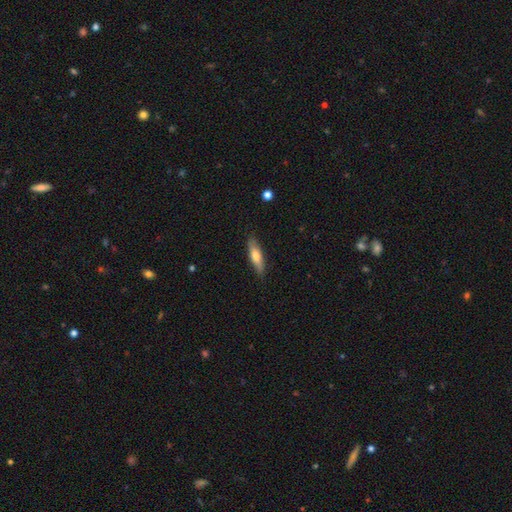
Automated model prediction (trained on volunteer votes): smooth 64%, featured or disk 30%, star or artifact 6%. Down the decision tree: how rounded — cigar-shaped (68%); merging — none (86%).